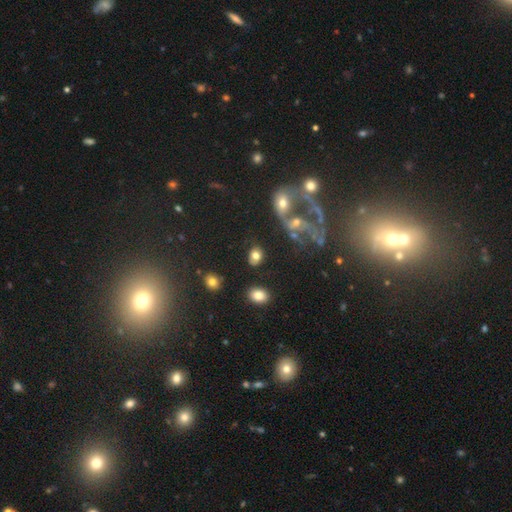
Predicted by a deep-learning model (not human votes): Overall: smooth (76%). How rounded: in between (61%; round 38%). Merging: none (69%).